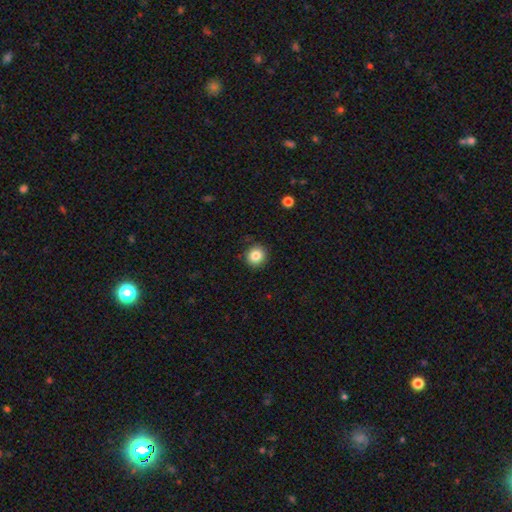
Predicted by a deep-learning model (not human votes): smooth 84%, star or artifact 10%, featured or disk 6%. Down the decision tree: how rounded — round (90%); merging — none (90%).